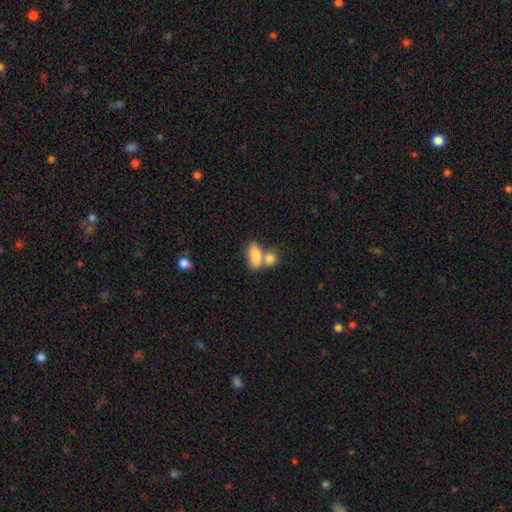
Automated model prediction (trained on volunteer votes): A smooth galaxy with no disk features (82%) that is in between round and cigar-shaped (85%).

Vote fractions:
- Smooth or featured? smooth: 82% / featured or disk: 11% / star or artifact: 7%
- How rounded? in between: 85% / cigar-shaped: 8% / round: 7%
- Merging? merger: 53% / none: 32% / minor disturbance: 10% / major disturbance: 4%